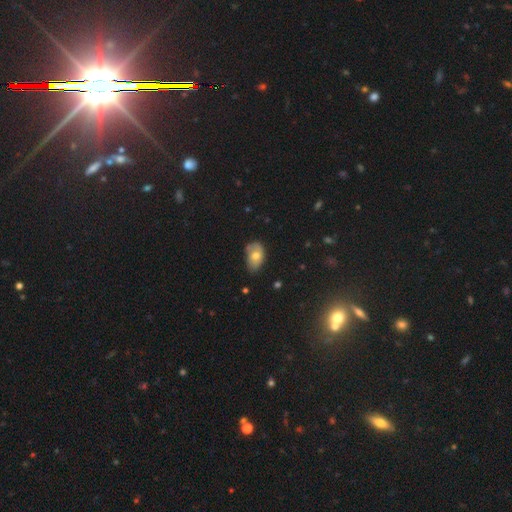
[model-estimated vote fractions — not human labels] Smooth or featured? smooth (65%)
How rounded? in between (86%)
Merging? none (45%)